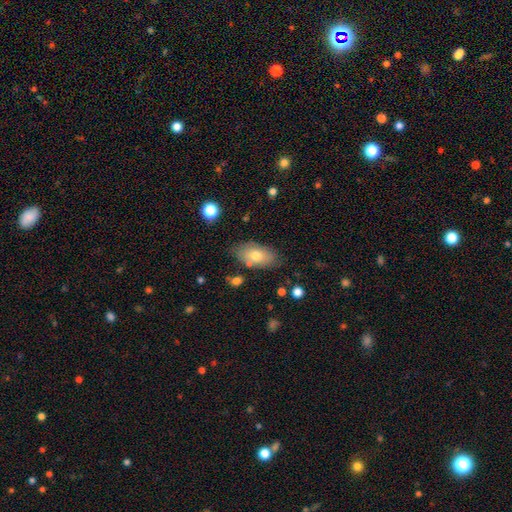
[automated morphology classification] This appears to be a smooth galaxy with no disk features (70%) that is in between round and cigar-shaped (91%). Merging: none (73%).